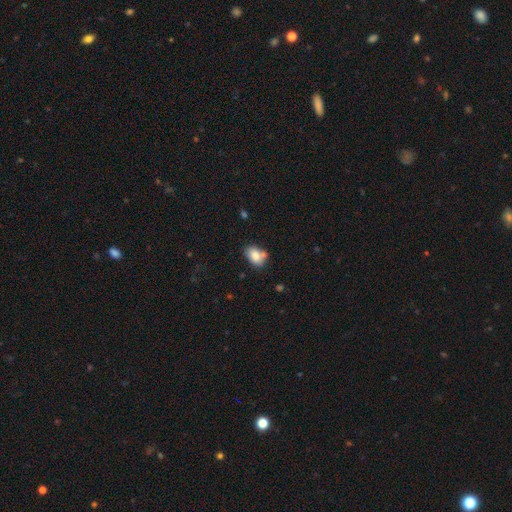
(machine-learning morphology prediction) Smooth or featured?
  - smooth: 80% *
  - featured or disk: 11%
  - star or artifact: 8%
How rounded?
  - in between: 79% *
  - round: 20%
  - cigar-shaped: 1%
Merging?
  - none: 55% *
  - merger: 21%
  - minor disturbance: 19%
  - major disturbance: 5%